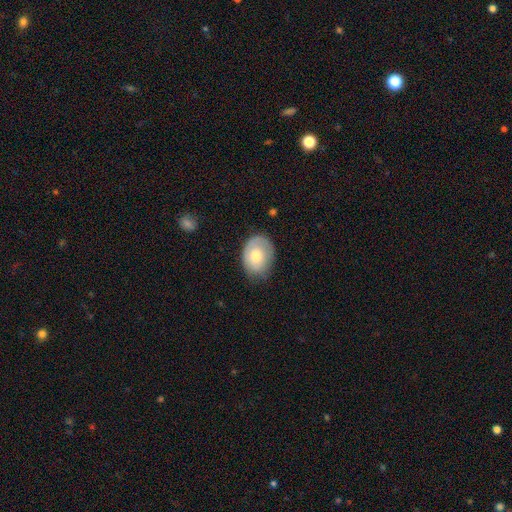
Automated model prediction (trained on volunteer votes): Overall: smooth (65%; featured or disk 28%). How rounded: in between (67%; round 32%). Merging: none (66%; minor disturbance 26%).